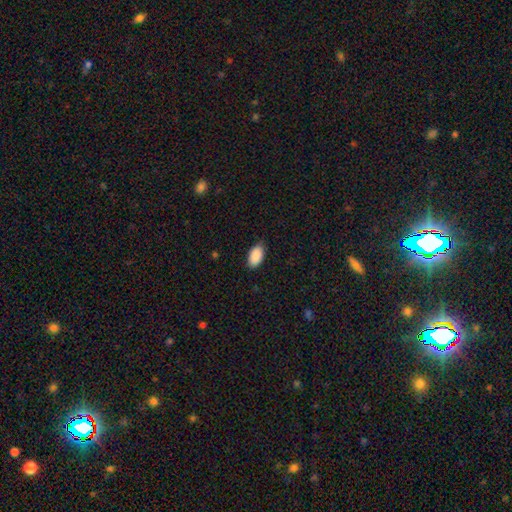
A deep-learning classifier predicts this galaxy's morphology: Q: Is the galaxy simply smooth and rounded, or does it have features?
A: smooth — 90%.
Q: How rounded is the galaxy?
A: in between — 95%.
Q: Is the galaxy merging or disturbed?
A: none — 82%.